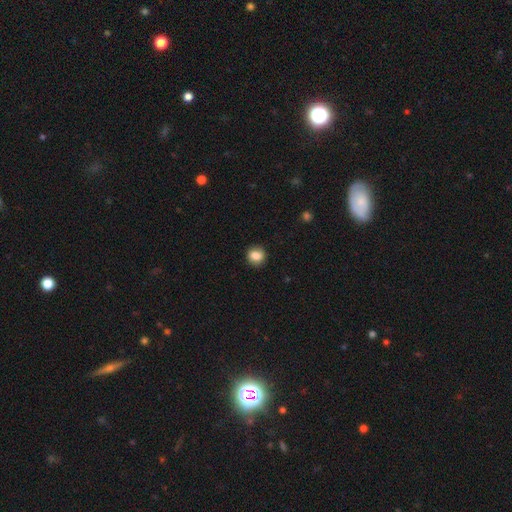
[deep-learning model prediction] This is clearly a smooth galaxy (85%). How rounded: clearly round (82%). Merging: clearly none (89%).